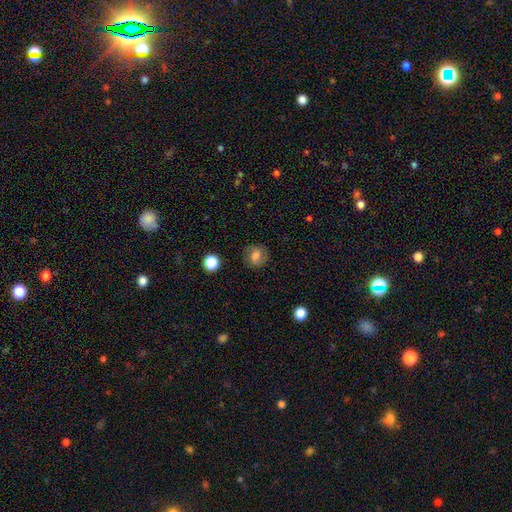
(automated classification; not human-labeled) smooth 70%, featured or disk 19%, star or artifact 11%. Down the decision tree: how rounded — round (71%); merging — none (79%).